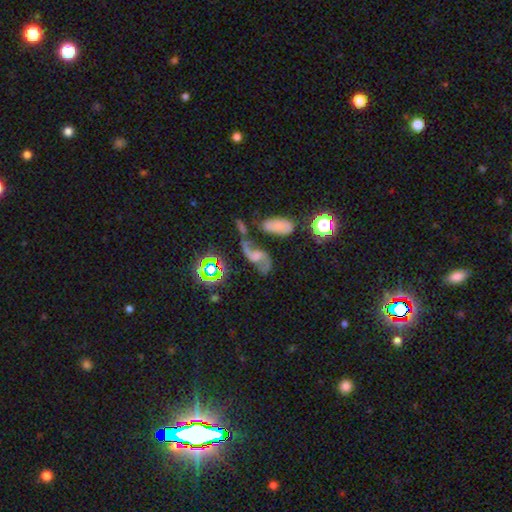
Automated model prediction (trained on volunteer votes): Q: Smooth or featured?
A: featured or disk (66%); runner-up: star or artifact (17%)
Q: Edge-on disk?
A: no (94%); runner-up: yes (6%)
Q: Bar?
A: no (47%); runner-up: weak (38%)
Q: Spiral arms?
A: yes (90%); runner-up: no (10%)
Q: Spiral winding?
A: loose (72%); runner-up: medium (22%)
Q: Spiral arm count?
A: 2 (89%); runner-up: 1 (5%)
Q: Bulge size?
A: moderate (38%); runner-up: small (33%)
Q: Merging?
A: none (49%); runner-up: merger (19%)